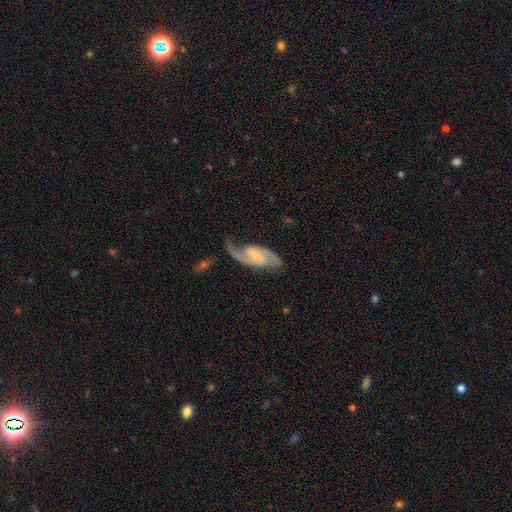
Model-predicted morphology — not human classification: Smooth or featured: featured or disk — 90% (smooth — 6%)
Edge-on disk: no — 96% (yes — 4%)
Bar: weak — 46% (no — 37%)
Spiral arms: yes — 98% (no — 2%)
Spiral winding: medium — 53% (loose — 27%)
Spiral arm count: 2 — 92% (can't tell — 2%)
Bulge size: small — 61% (moderate — 28%)
Merging: none — 72% (minor disturbance — 17%)